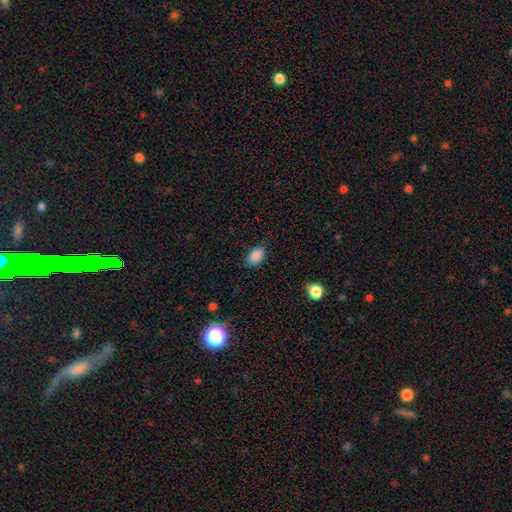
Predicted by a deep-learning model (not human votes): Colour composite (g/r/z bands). It shows a smooth galaxy with no disk features (87%) that is in between round and cigar-shaped (82%). Merging: none (74%).